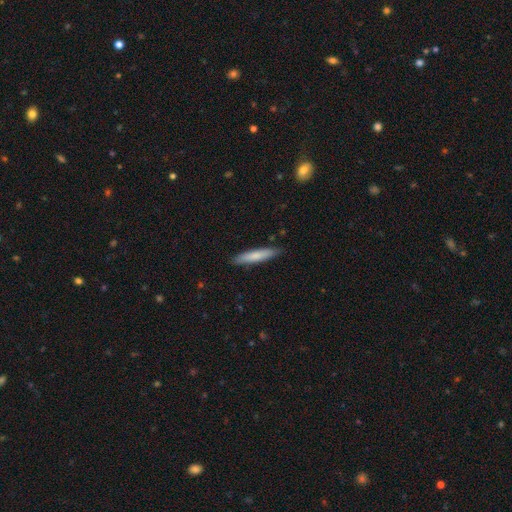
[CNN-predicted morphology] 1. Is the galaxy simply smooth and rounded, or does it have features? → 76% smooth, 18% featured or disk, 5% star or artifact.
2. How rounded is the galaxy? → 88% cigar-shaped, 11% in between, 1% round.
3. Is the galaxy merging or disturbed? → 88% none, 9% minor disturbance, 2% major disturbance, 1% merger.